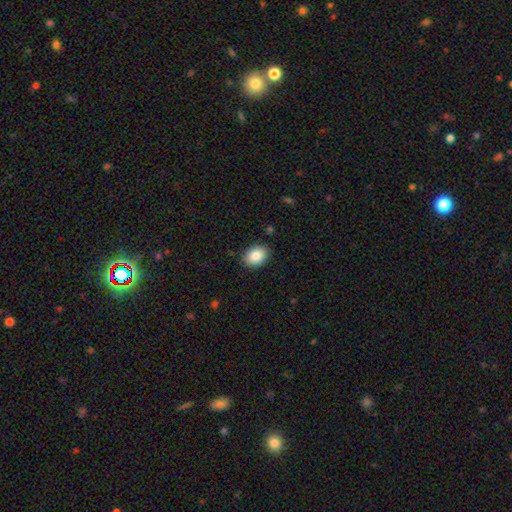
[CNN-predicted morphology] Smooth or featured? smooth (85%)
How rounded? in between (68%)
Merging? none (88%)